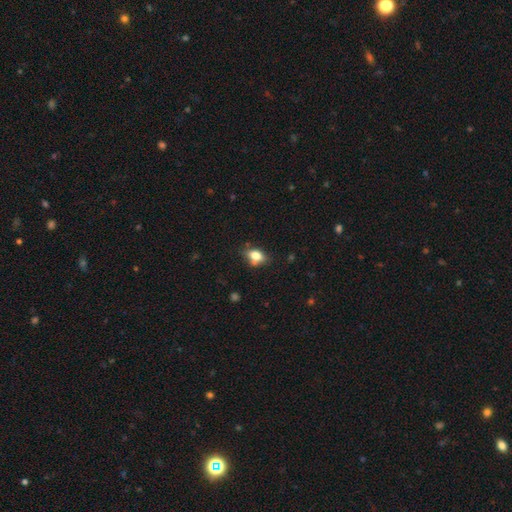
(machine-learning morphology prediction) Q: Smooth or featured?
A: smooth (74%); runner-up: featured or disk (15%)
Q: How rounded?
A: in between (75%); runner-up: round (21%)
Q: Merging?
A: none (62%); runner-up: minor disturbance (23%)